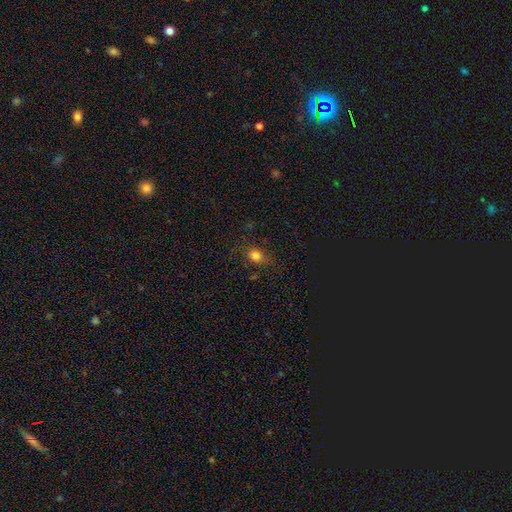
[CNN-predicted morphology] Smooth or featured? smooth (78%)
How rounded? round (53%)
Merging? none (77%)